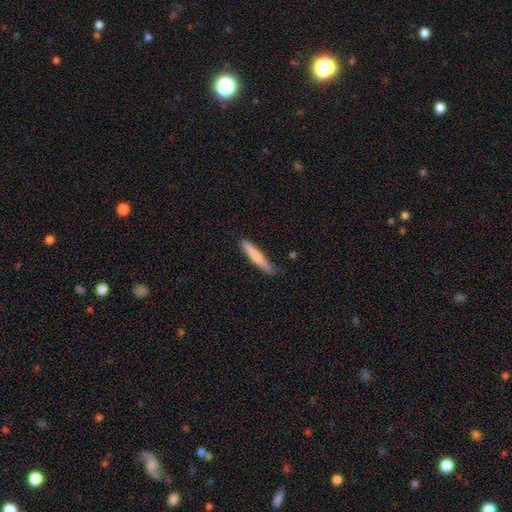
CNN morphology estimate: smooth_or_featured: smooth (p=0.72) [alt: featured or disk p=0.22]
how_rounded: cigar-shaped (p=0.94) [alt: in between p=0.05]
merging: none (p=0.80) [alt: minor disturbance p=0.16]